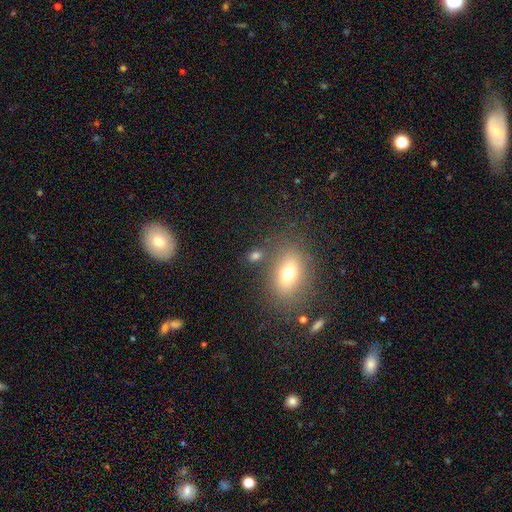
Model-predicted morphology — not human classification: The model was most divided on "how rounded": in between: 67%, round: 29%, cigar-shaped: 5%. More confident: merging — none (73%); smooth or featured — smooth (71%).